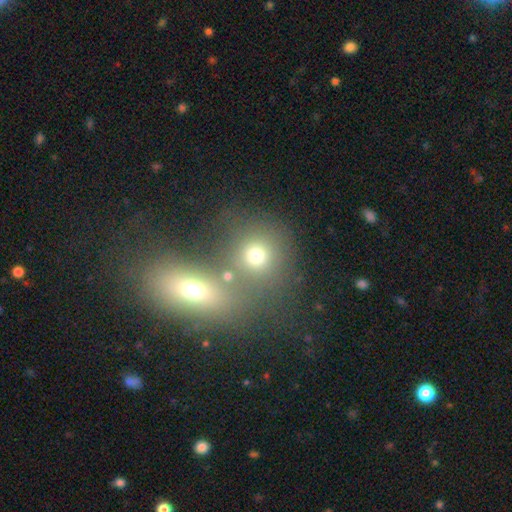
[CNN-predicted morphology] type=smooth (72%); roundness=round (80%); merging=none (47%).